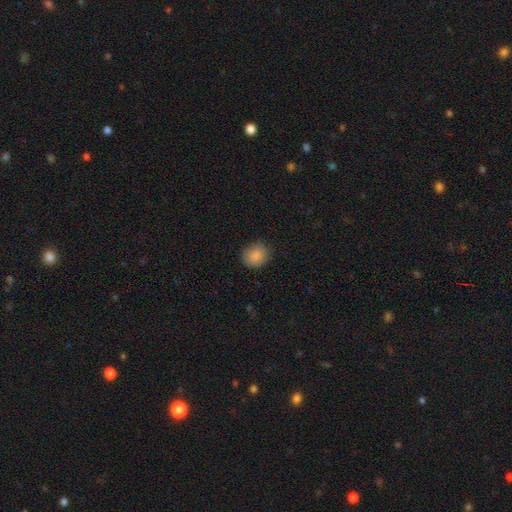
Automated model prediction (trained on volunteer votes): Smooth or featured: smooth — 87% (star or artifact — 8%)
How rounded: round — 77% (in between — 22%)
Merging: none — 83% (minor disturbance — 13%)